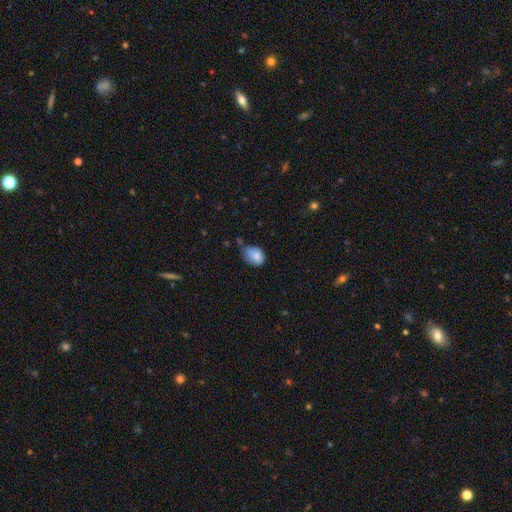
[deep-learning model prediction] A smooth galaxy with no disk features (83%) that is in between round and cigar-shaped (70%).

Vote fractions:
- Smooth or featured? smooth: 83% / featured or disk: 9% / star or artifact: 8%
- How rounded? in between: 70% / round: 29% / cigar-shaped: 1%
- Merging? minor disturbance: 45% / none: 36% / major disturbance: 13% / merger: 7%